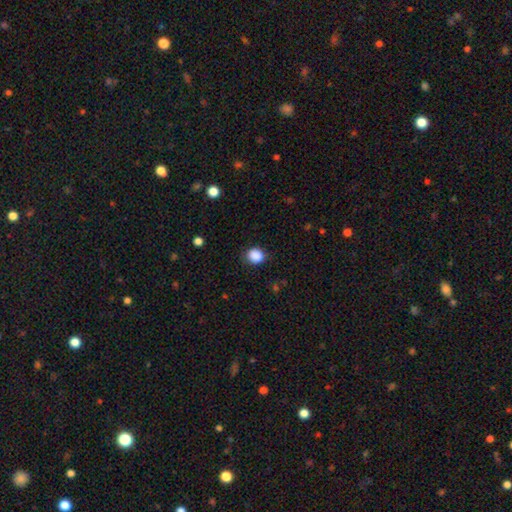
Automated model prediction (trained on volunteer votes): A smooth galaxy with no disk features (88%) that is round (67%). Merging: none (81%).